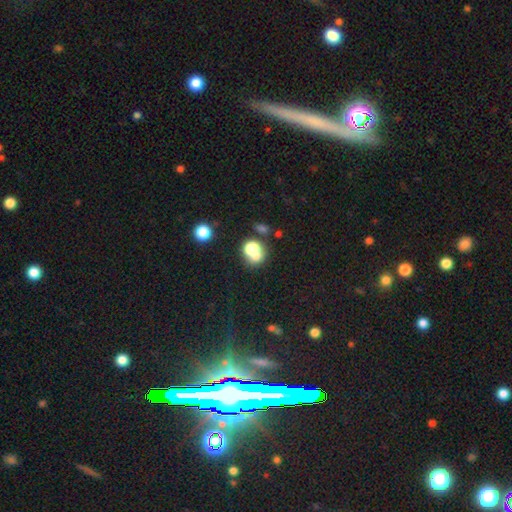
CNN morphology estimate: type=smooth (67%); roundness=round (71%); merging=none (43%).